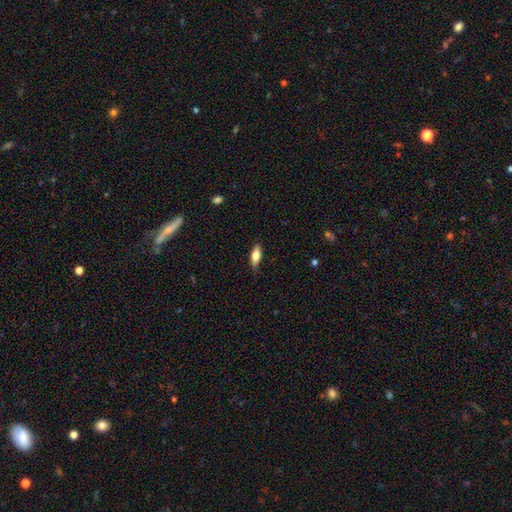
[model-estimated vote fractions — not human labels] Smooth or featured? Predicted: smooth (p=0.69). How rounded? Predicted: in between (p=0.70). Merging? Predicted: none (p=0.84).